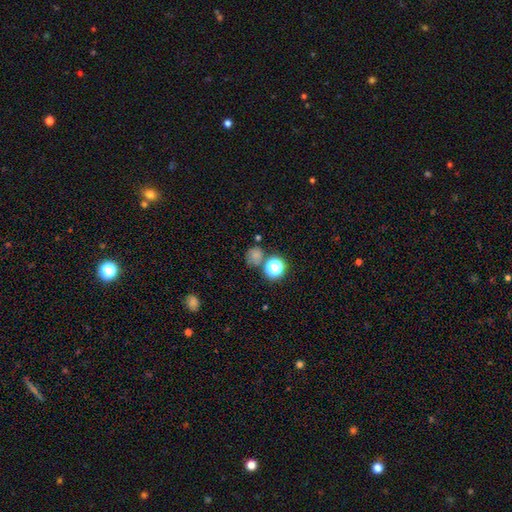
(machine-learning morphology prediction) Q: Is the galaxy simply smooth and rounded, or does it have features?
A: smooth — 69%.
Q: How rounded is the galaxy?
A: round — 84%.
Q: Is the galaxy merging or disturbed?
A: none — 61%.